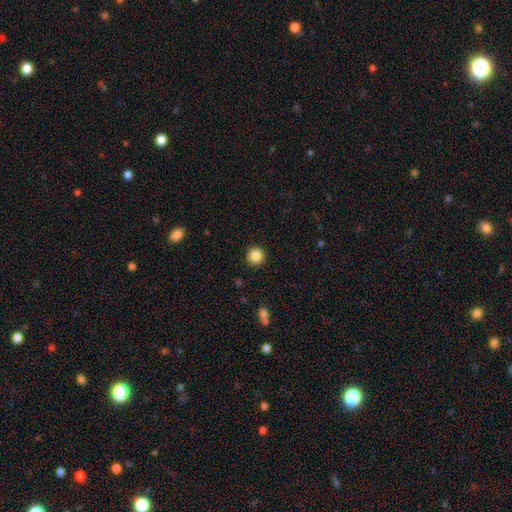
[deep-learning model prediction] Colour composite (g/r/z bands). It shows a smooth galaxy with no disk features (86%) that is round (94%). Merging: none (92%).